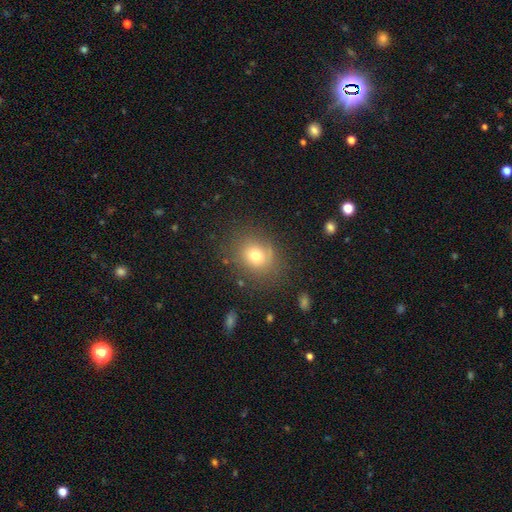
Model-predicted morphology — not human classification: smooth 72%, star or artifact 14%, featured or disk 14%. Down the decision tree: how rounded — round (66%); merging — none (76%).